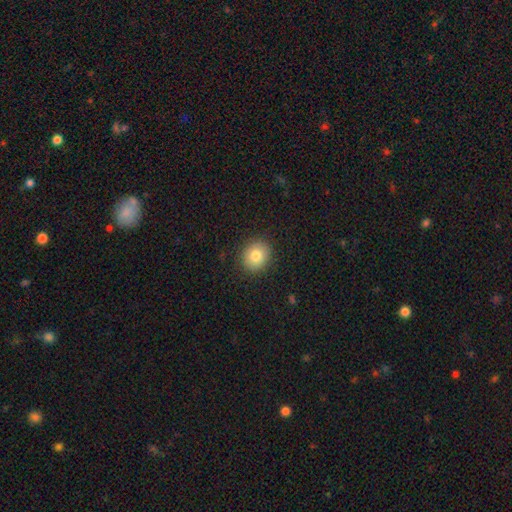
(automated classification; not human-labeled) Smooth or featured: smooth — 80% (featured or disk — 10%)
How rounded: round — 74% (in between — 25%)
Merging: none — 90% (minor disturbance — 7%)